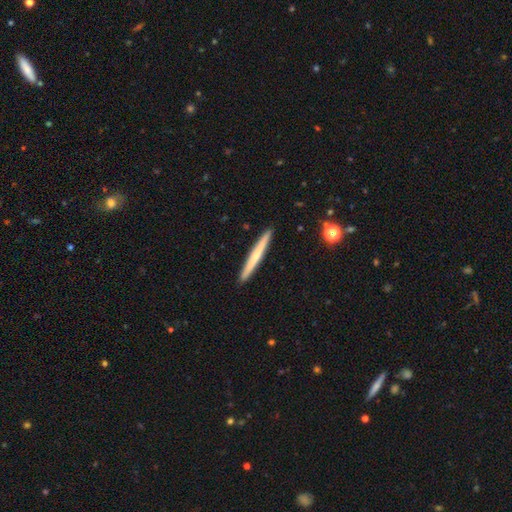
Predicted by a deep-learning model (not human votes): smooth-or-featured: smooth: 56% | featured or disk: 39% | star or artifact: 6%
  how-rounded: cigar-shaped: 97% | in between: 2% | round: 1%
  merging: none: 93% | minor disturbance: 5% | major disturbance: 1% | merger: 1%